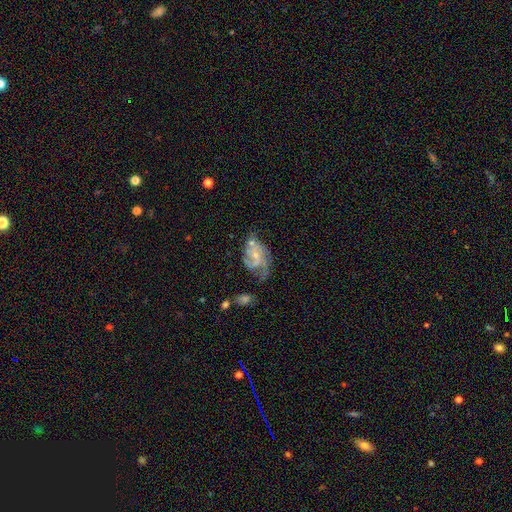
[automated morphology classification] smooth_or_featured: featured or disk (p=0.76) [alt: smooth p=0.17]
disk_edge_on: no (p=0.98) [alt: yes p=0.02]
bar: no (p=0.63) [alt: weak p=0.32]
has_spiral_arms: yes (p=0.86) [alt: no p=0.14]
spiral_winding: medium (p=0.46) [alt: tight p=0.29]
spiral_arm_count: 2 (p=0.36) [alt: can't tell p=0.24]
bulge_size: small (p=0.62) [alt: moderate p=0.24]
merging: none (p=0.36) [alt: major disturbance p=0.27]